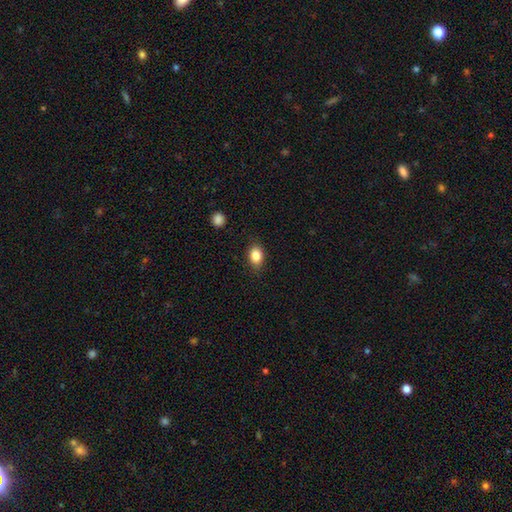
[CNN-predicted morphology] A smooth galaxy with no disk features (84%) that is in between round and cigar-shaped (74%). Merging: none (84%).